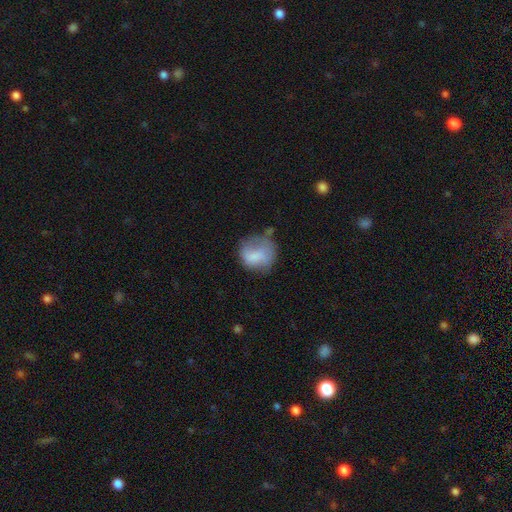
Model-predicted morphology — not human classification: This is likely a smooth galaxy (72%). How rounded: likely round (74%). Merging: marginally none (43%).